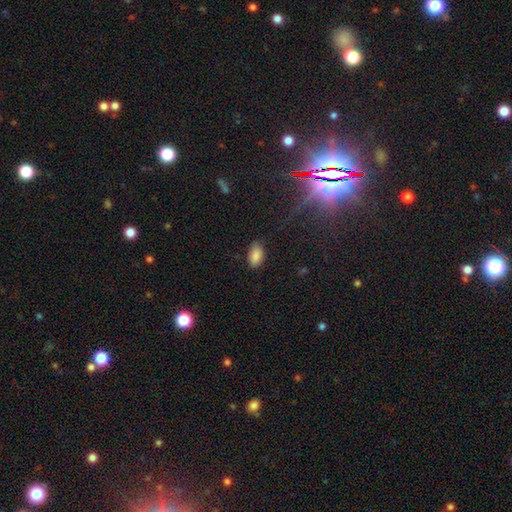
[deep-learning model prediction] smooth_or_featured: smooth (p=0.86) [alt: star or artifact p=0.09]
how_rounded: in between (p=0.92) [alt: round p=0.06]
merging: none (p=0.74) [alt: minor disturbance p=0.20]